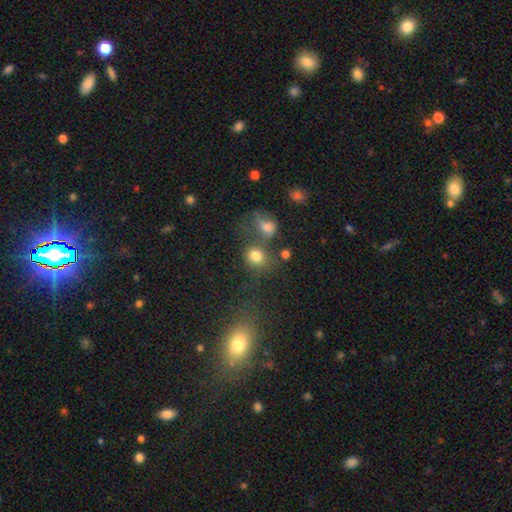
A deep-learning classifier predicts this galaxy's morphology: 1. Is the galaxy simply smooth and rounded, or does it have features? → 76% smooth, 14% star or artifact, 9% featured or disk.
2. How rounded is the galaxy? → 69% round, 30% in between, 1% cigar-shaped.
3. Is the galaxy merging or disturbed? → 44% none, 31% merger, 13% minor disturbance, 11% major disturbance.